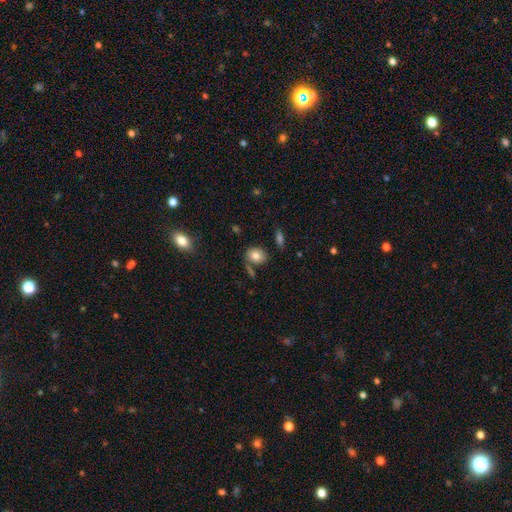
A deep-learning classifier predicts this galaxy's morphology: Q: Smooth or featured?
A: smooth (80%); runner-up: featured or disk (10%)
Q: How rounded?
A: in between (64%); runner-up: round (34%)
Q: Merging?
A: none (72%); runner-up: minor disturbance (14%)